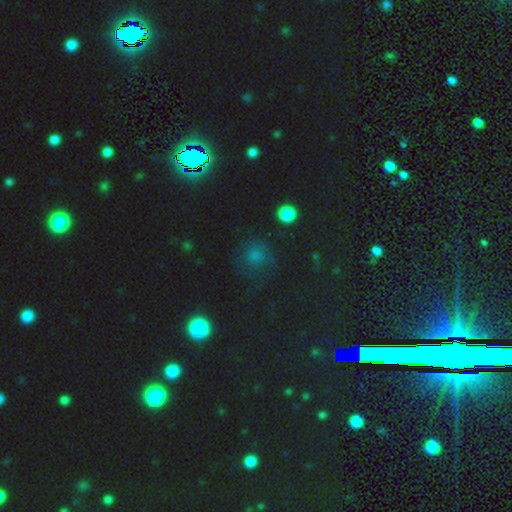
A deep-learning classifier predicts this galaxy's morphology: Smooth or featured? smooth (55%)
How rounded? round (86%)
Merging? none (70%)